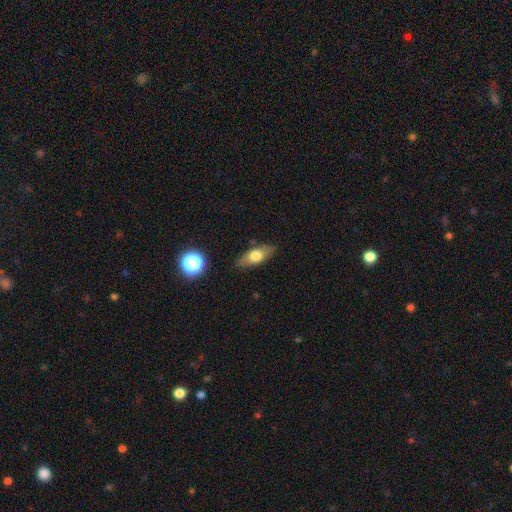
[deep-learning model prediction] Smooth or featured?
  - smooth: 63% *
  - featured or disk: 29%
  - star or artifact: 8%
How rounded?
  - in between: 71% *
  - cigar-shaped: 23%
  - round: 7%
Merging?
  - none: 83% *
  - minor disturbance: 13%
  - major disturbance: 3%
  - merger: 2%